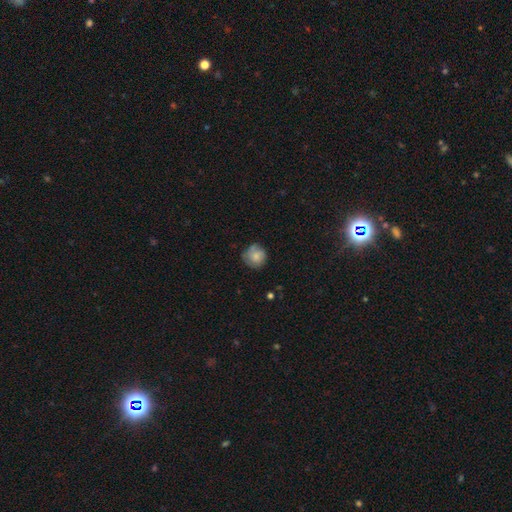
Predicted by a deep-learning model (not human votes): Morphology: type=smooth (68%); roundness=round (88%); merging=none (66%).